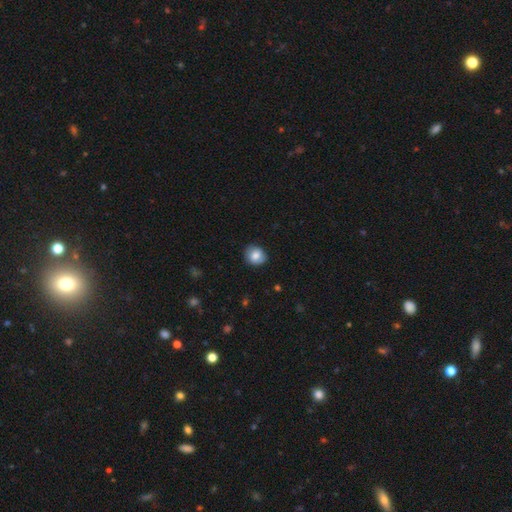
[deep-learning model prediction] smooth-or-featured: smooth: 76% | featured or disk: 16% | star or artifact: 8%
  how-rounded: round: 74% | in between: 25% | cigar-shaped: 1%
  merging: none: 81% | minor disturbance: 15% | major disturbance: 3% | merger: 1%